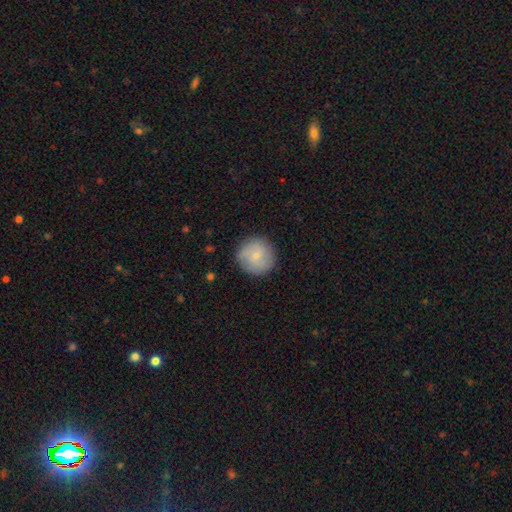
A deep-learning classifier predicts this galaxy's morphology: This is likely a smooth galaxy (69%). How rounded: clearly round (95%). Merging: clearly none (86%).